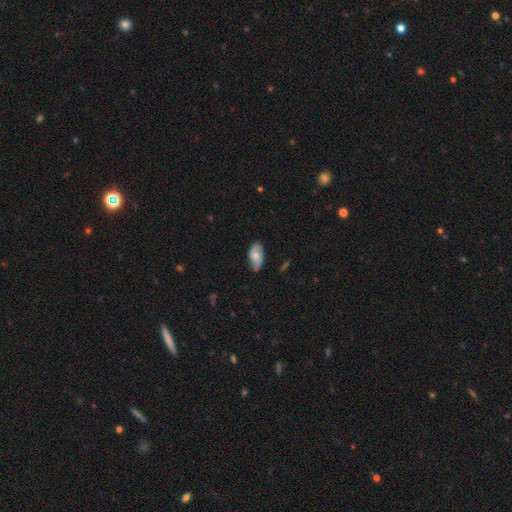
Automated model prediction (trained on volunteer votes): Smooth or featured? smooth (65%)
How rounded? in between (92%)
Merging? none (77%)